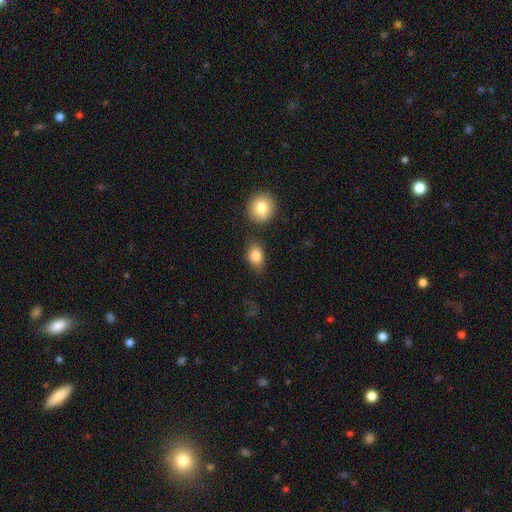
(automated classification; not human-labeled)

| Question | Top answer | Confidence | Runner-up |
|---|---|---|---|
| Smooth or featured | smooth | 83% | featured or disk (9%) |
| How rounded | in between | 73% | round (25%) |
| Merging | none | 69% | minor disturbance (19%) |